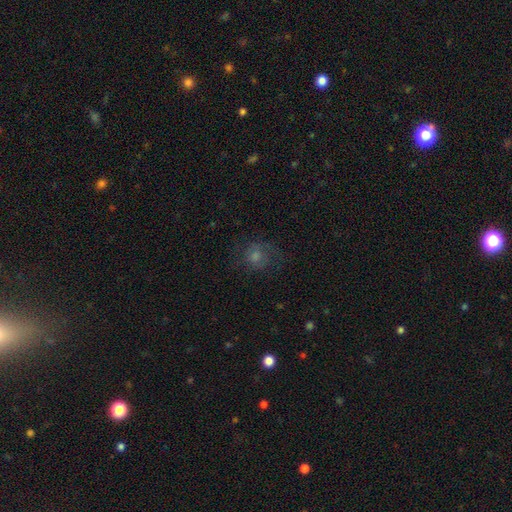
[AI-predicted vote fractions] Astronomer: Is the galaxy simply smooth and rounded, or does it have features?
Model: smooth — 49% (runner-up: featured or disk, 27%).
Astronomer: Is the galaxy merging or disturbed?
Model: none — 67%.